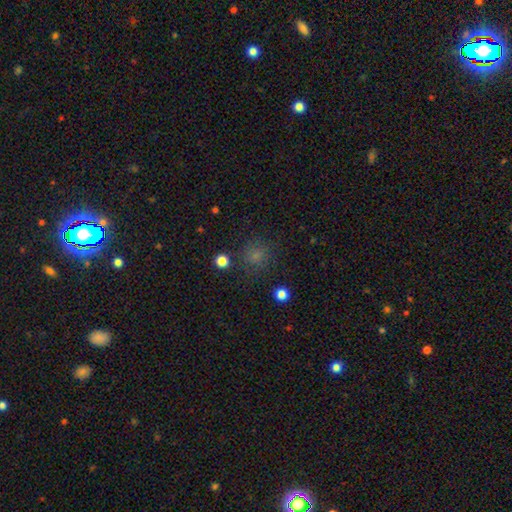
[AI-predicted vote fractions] smooth-or-featured: smooth: 72% | star or artifact: 21% | featured or disk: 7%
  how-rounded: round: 85% | in between: 14% | cigar-shaped: 1%
  merging: none: 80% | minor disturbance: 12% | major disturbance: 6% | merger: 3%